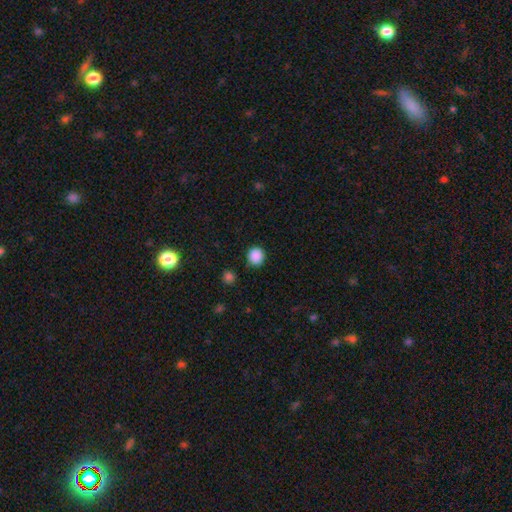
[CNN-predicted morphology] smooth 88%, star or artifact 10%, featured or disk 2%. Down the decision tree: how rounded — round (93%); merging — none (90%).